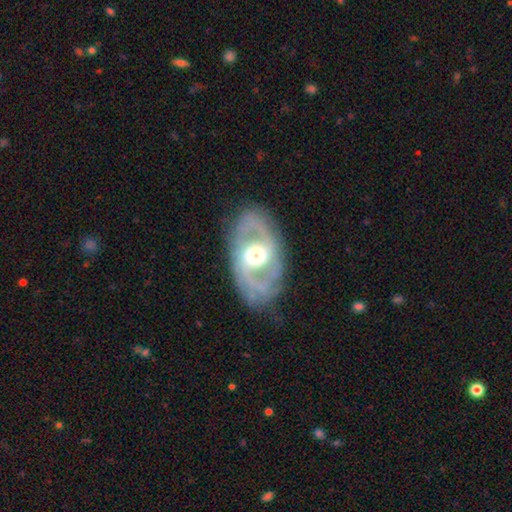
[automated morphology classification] Smooth or featured?
  - featured or disk: 82% *
  - smooth: 13%
  - star or artifact: 5%
Edge-on disk?
  - no: 95% *
  - yes: 5%
Bar?
  - no: 45% *
  - weak: 38%
  - strong: 17%
Spiral arms?
  - yes: 84% *
  - no: 16%
Spiral winding?
  - medium: 48% *
  - tight: 31%
  - loose: 21%
Spiral arm count?
  - 2: 85% *
  - can't tell: 8%
  - 3: 2%
  - 1: 2%
  - 4: 1%
  - more than 4: 1%
Bulge size?
  - moderate: 66% *
  - large: 20%
  - small: 11%
  - dominant: 2%
  - none: 1%
Merging?
  - none: 79% *
  - minor disturbance: 13%
  - major disturbance: 6%
  - merger: 1%